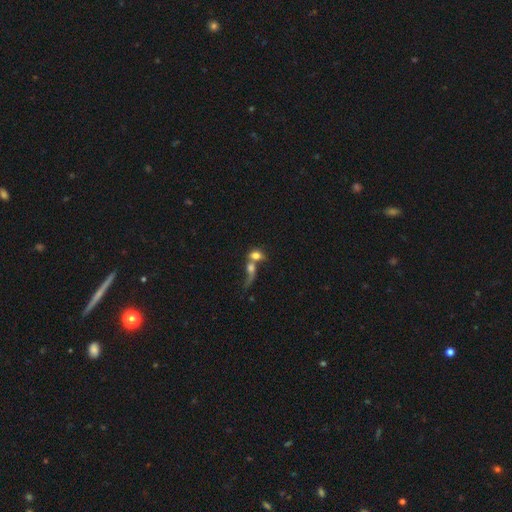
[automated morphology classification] Smooth or featured?
  - smooth: 65% *
  - featured or disk: 24%
  - star or artifact: 10%
How rounded?
  - in between: 54% *
  - round: 41%
  - cigar-shaped: 5%
Merging?
  - merger: 71% *
  - none: 13%
  - major disturbance: 11%
  - minor disturbance: 6%